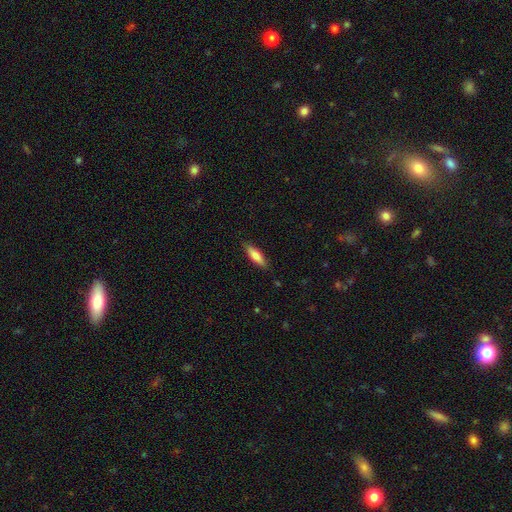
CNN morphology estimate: smooth_or_featured: smooth (p=0.76) [alt: featured or disk p=0.18]
how_rounded: cigar-shaped (p=0.58) [alt: in between p=0.41]
merging: none (p=0.86) [alt: minor disturbance p=0.11]